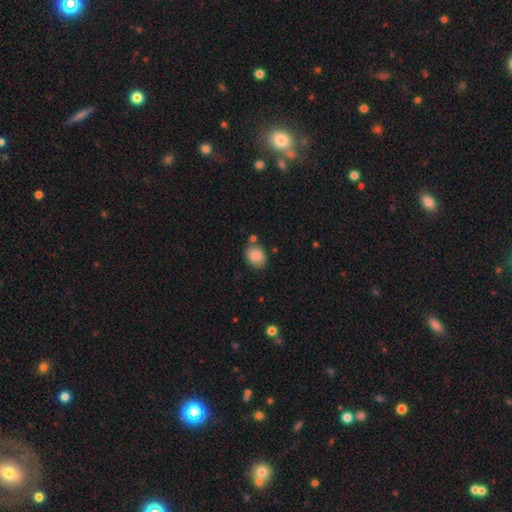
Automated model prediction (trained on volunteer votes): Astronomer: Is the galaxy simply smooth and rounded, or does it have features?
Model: smooth — 85%.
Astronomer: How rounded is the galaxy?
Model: in between — 65%.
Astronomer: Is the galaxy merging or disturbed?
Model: none — 74%.